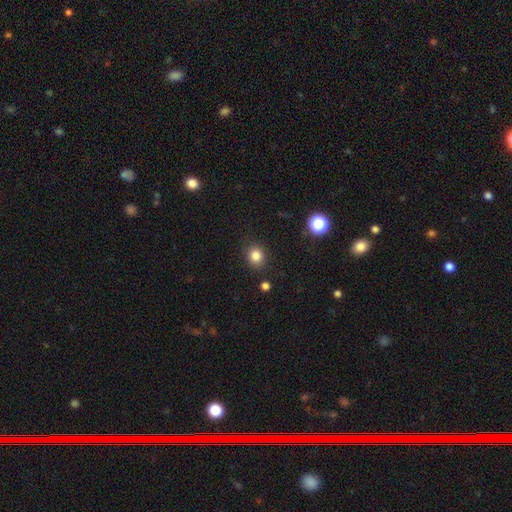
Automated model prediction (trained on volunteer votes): This appears to be a smooth galaxy with no disk features (83%) that is round (78%). Merging: none (88%).